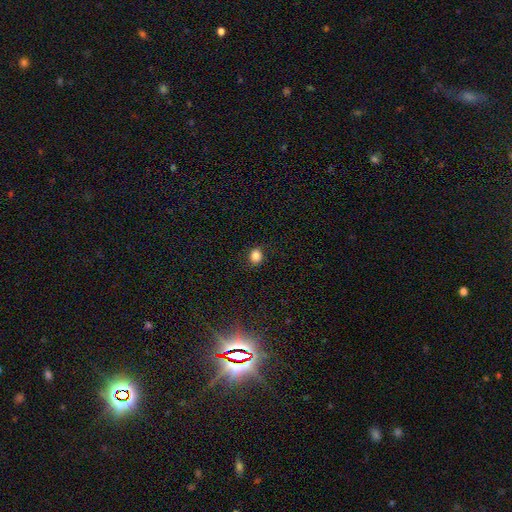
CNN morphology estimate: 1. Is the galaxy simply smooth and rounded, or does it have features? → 85% smooth, 11% star or artifact, 4% featured or disk.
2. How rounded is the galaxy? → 56% round, 43% in between, 1% cigar-shaped.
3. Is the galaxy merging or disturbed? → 87% none, 9% minor disturbance, 3% major disturbance, 1% merger.